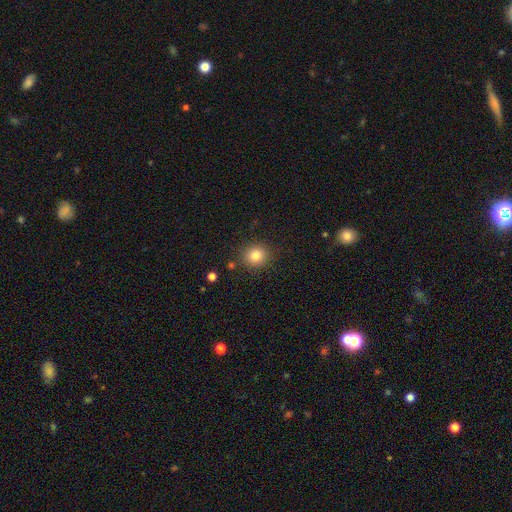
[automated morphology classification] A smooth galaxy with no disk features (82%) that is round (85%). Merging: none (88%).